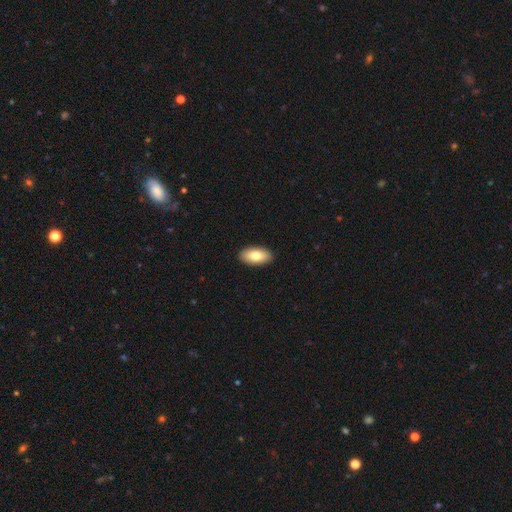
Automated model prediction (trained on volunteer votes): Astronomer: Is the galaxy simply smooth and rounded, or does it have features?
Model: smooth — 80%.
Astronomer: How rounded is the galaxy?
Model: in between — 94%.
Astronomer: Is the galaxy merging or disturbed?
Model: none — 91%.